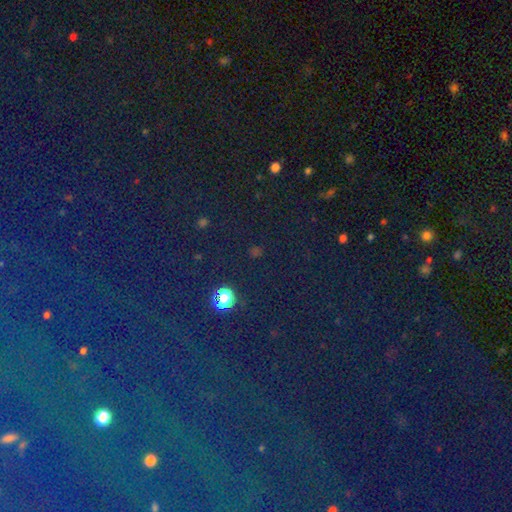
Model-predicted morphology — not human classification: smooth_or_featured: star or artifact (p=0.81) [alt: smooth p=0.11]